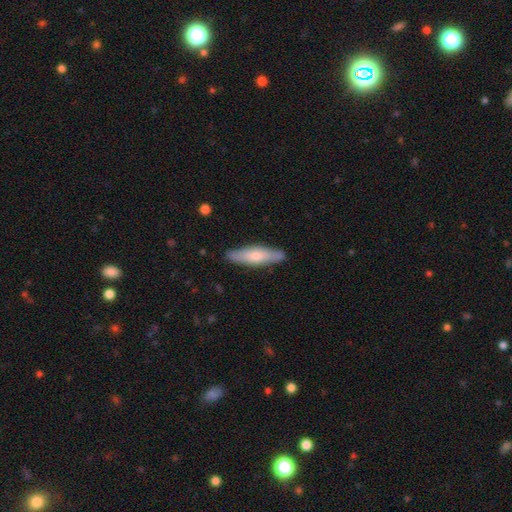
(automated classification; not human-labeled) Smooth or featured? smooth (64%)
How rounded? cigar-shaped (72%)
Merging? none (86%)